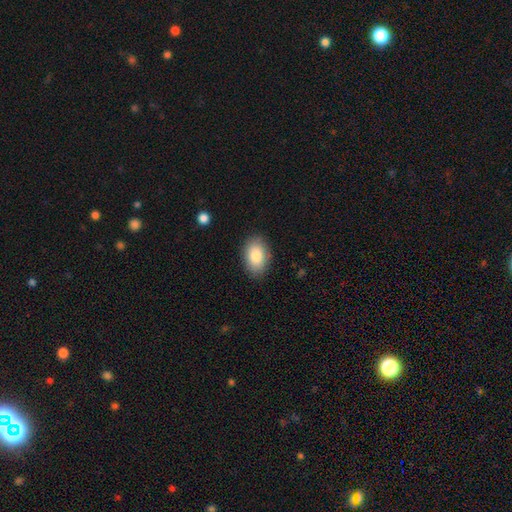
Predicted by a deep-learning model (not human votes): This appears to be a smooth galaxy with no disk features (85%) that is in between round and cigar-shaped (89%). Merging: none (86%).